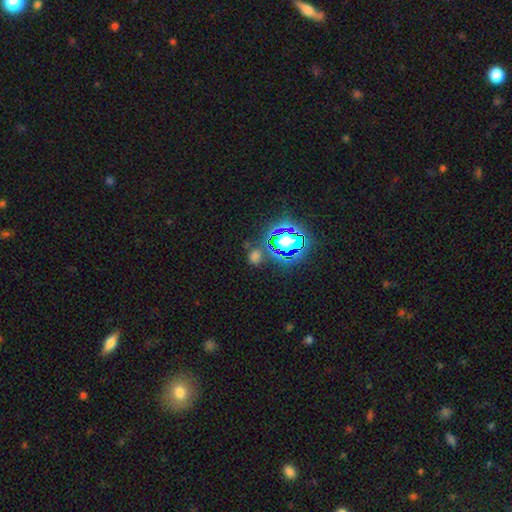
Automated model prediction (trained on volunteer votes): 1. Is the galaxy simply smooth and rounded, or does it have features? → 46% star or artifact, 45% smooth, 9% featured or disk.